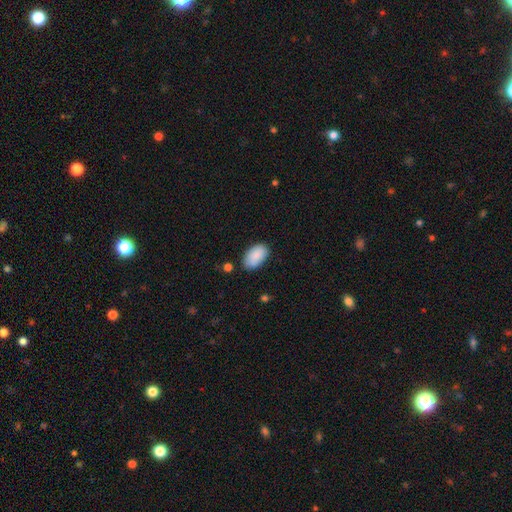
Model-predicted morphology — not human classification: type=smooth (89%); roundness=in between (95%); merging=none (79%).